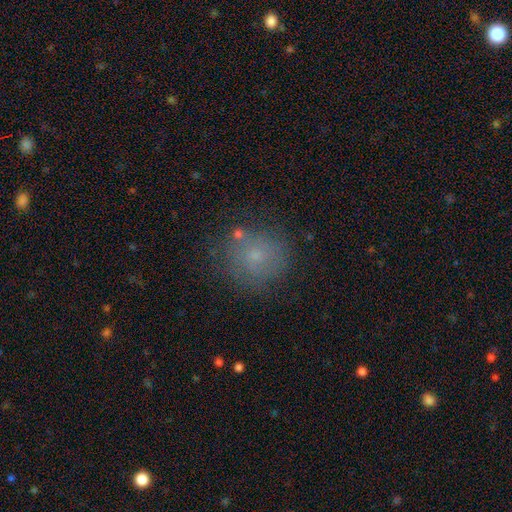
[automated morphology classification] This appears to be a smooth galaxy with no disk features (68%) that is round (85%). Merging: none (73%).